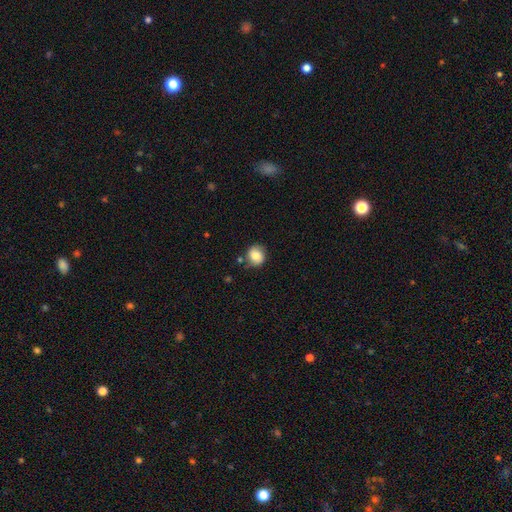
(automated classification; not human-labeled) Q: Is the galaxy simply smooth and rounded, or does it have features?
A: smooth — 78%.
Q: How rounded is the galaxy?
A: round — 79%.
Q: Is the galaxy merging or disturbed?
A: none — 75%.